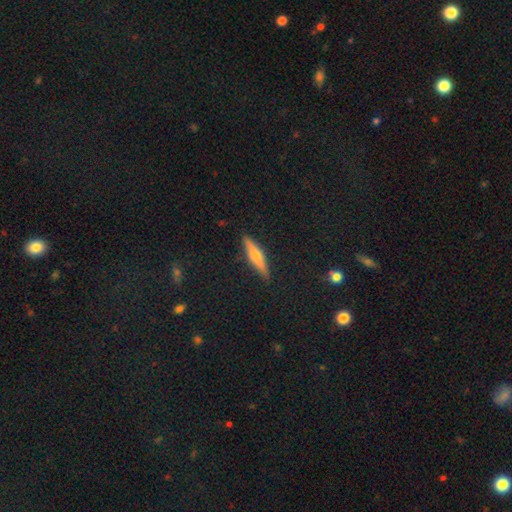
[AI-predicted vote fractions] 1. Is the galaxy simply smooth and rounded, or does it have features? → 53% featured or disk, 39% smooth, 9% star or artifact.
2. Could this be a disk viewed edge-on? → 95% yes, 5% no.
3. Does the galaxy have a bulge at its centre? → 82% rounded, 9% none, 9% boxy.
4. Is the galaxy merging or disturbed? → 89% none, 8% minor disturbance, 2% major disturbance, 1% merger.